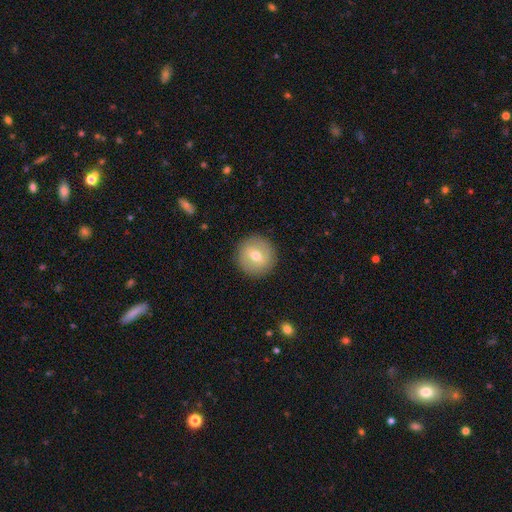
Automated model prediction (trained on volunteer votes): Smooth or featured? smooth (64%)
How rounded? round (95%)
Merging? none (90%)